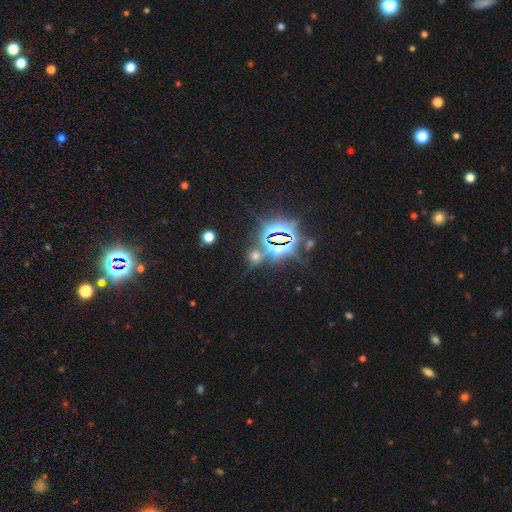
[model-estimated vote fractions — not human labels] The model was most divided on "smooth or featured": star or artifact: 55%, smooth: 36%, featured or disk: 9%.